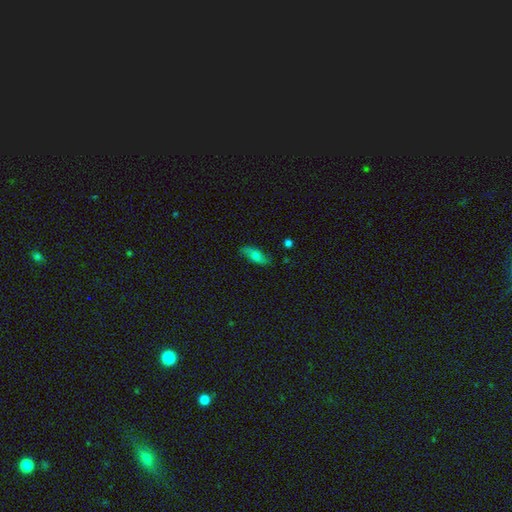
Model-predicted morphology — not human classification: smooth 60%, featured or disk 31%, star or artifact 9%. Down the decision tree: how rounded — in between (71%); merging — none (76%).